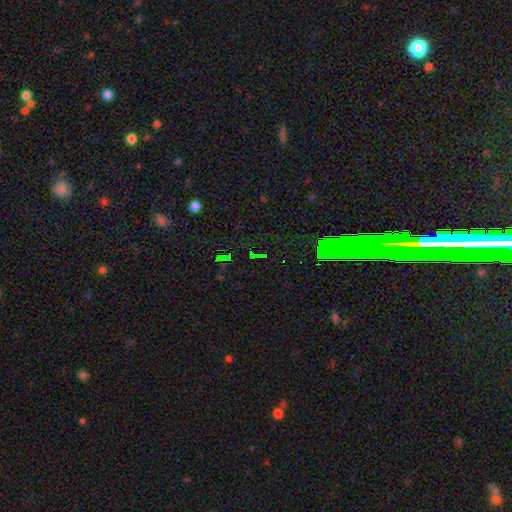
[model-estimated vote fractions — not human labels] Q: Smooth or featured?
A: star or artifact (72%); runner-up: smooth (17%)